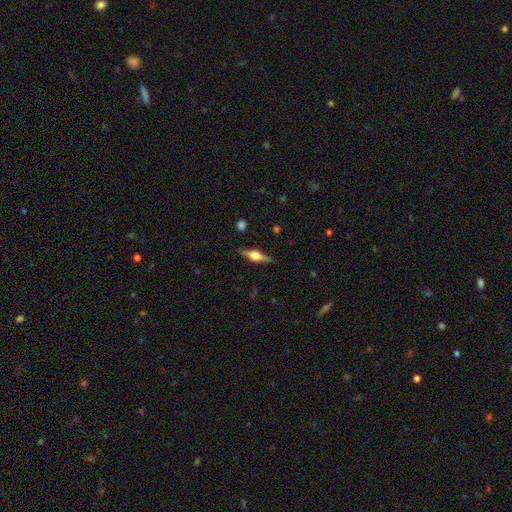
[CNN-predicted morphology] Smooth or featured?
  - featured or disk: 70% *
  - smooth: 24%
  - star or artifact: 7%
Edge-on disk?
  - yes: 97% *
  - no: 3%
Edge-on bulge?
  - rounded: 90% *
  - boxy: 9%
  - none: 1%
Merging?
  - none: 87% *
  - minor disturbance: 10%
  - major disturbance: 2%
  - merger: 1%